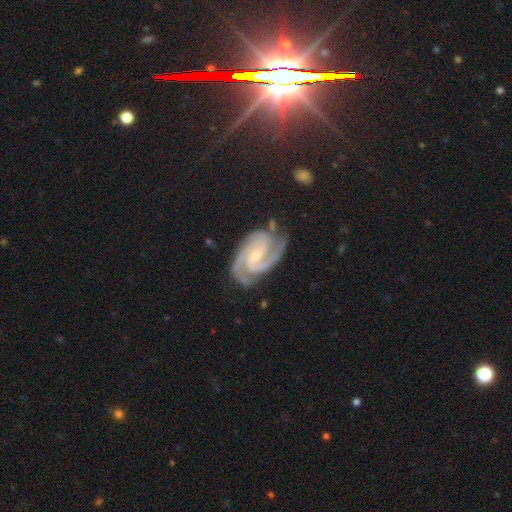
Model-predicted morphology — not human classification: Overall: featured or disk (92%). Edge-on disk: no (98%). Bar: weak (45%; no 34%). Spiral arms: yes (99%). Spiral arm count: 2 (53%; 3 32%). Spiral winding: tight (54%; medium 41%). Bulge size: small (69%). Merging: none (71%).